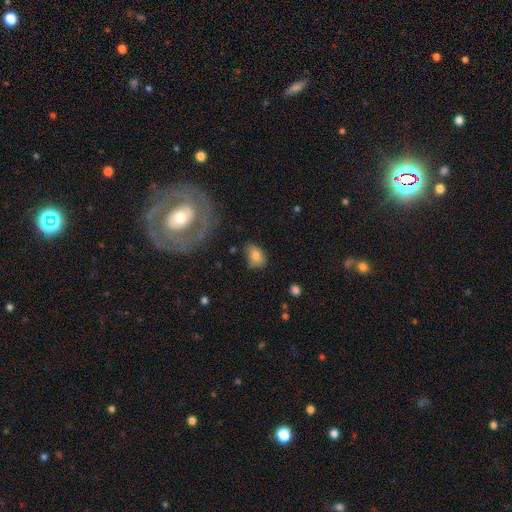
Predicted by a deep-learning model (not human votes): Smooth or featured?
  - smooth: 79% *
  - featured or disk: 12%
  - star or artifact: 9%
How rounded?
  - in between: 84% *
  - round: 14%
  - cigar-shaped: 2%
Merging?
  - none: 61% *
  - minor disturbance: 27%
  - major disturbance: 8%
  - merger: 3%